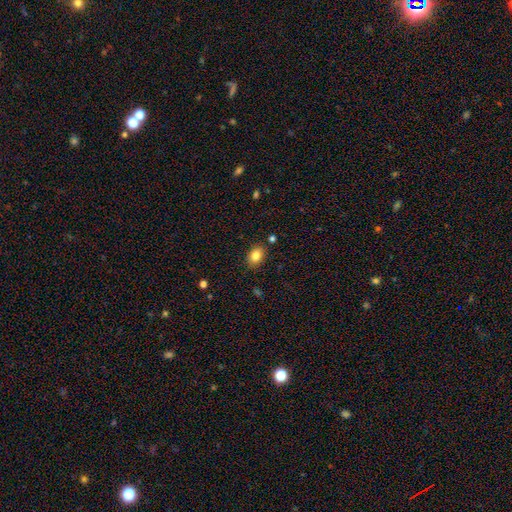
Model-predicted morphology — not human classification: This appears to be a smooth galaxy with no disk features (83%) that is in between round and cigar-shaped (77%). Merging: none (86%).